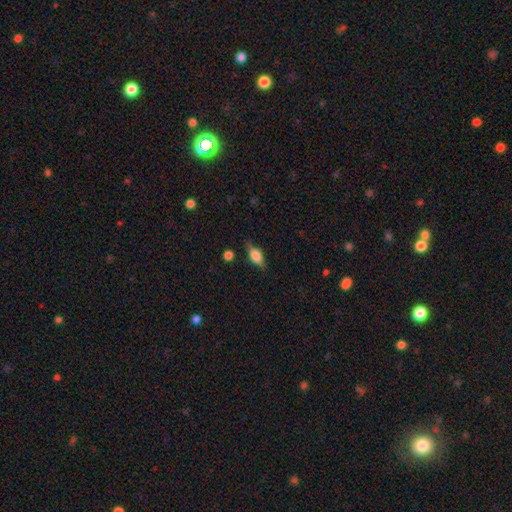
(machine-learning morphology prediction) This is possibly a smooth galaxy (59%). How rounded: likely in between (77%). Merging: likely none (74%).